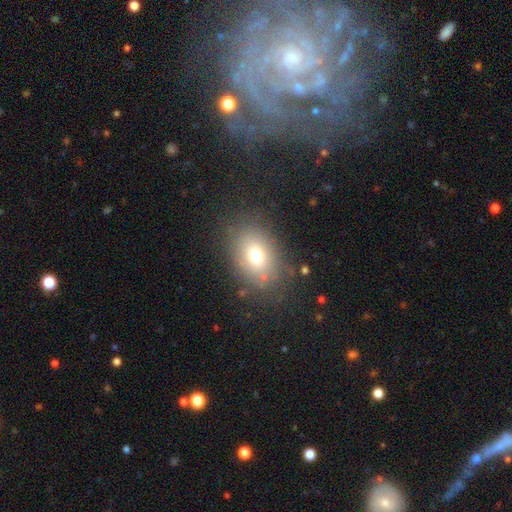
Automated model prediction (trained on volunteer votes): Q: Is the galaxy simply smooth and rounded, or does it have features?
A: smooth — 70%.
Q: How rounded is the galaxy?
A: in between — 74%.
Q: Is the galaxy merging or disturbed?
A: none — 79%.